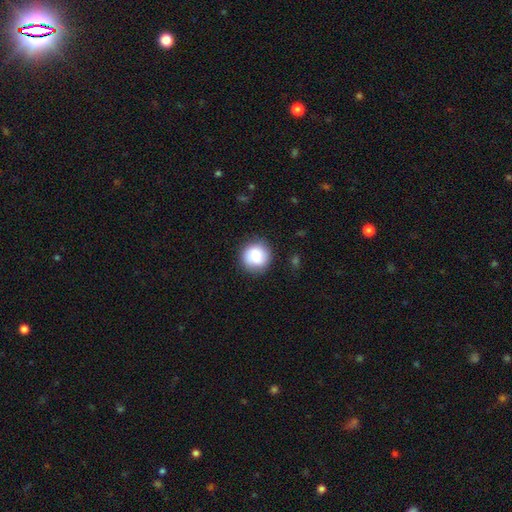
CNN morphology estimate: Smooth or featured? Predicted: smooth (p=0.77). How rounded? Predicted: round (p=0.93). Merging? Predicted: none (p=0.85).